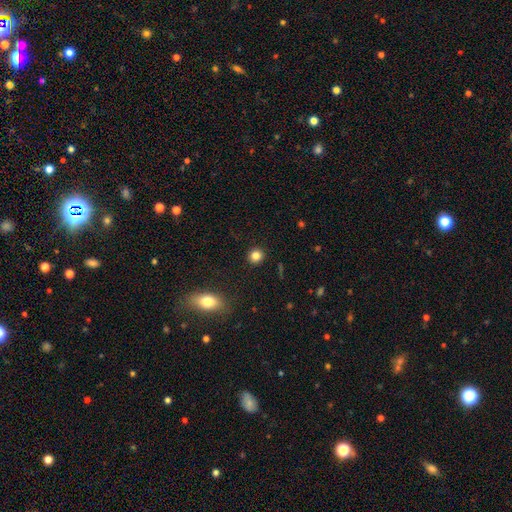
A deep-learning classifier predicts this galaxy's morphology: The model was most divided on "smooth or featured": smooth: 83%, star or artifact: 12%, featured or disk: 5%. More confident: merging — none (91%); how rounded — round (89%).